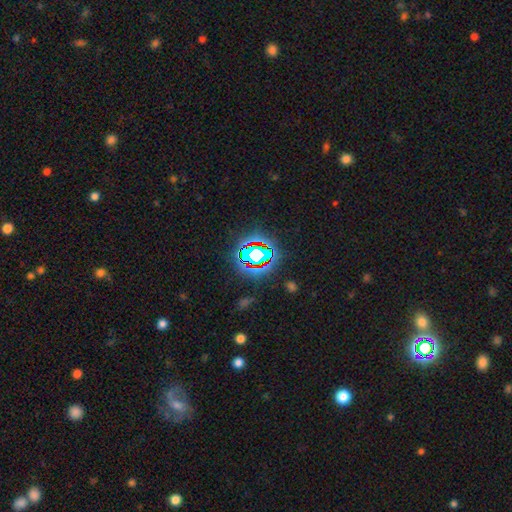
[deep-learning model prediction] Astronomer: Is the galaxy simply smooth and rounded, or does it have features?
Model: star or artifact — 69%.